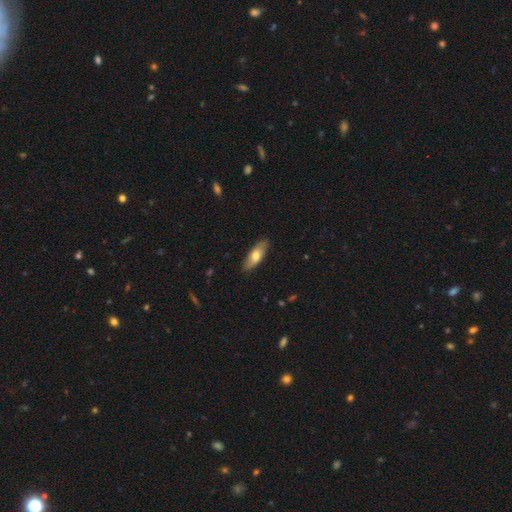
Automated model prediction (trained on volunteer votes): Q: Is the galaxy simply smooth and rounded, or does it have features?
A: smooth — 66%.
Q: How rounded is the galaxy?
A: in between — 65%.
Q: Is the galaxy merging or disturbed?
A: none — 86%.